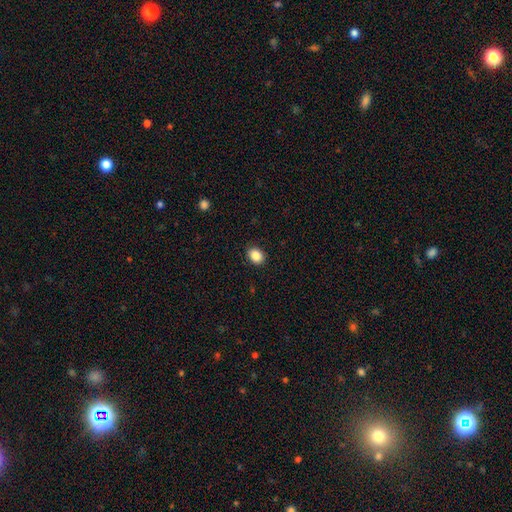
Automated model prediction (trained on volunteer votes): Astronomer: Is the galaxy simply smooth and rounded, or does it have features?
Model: smooth — 87%.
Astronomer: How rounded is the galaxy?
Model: round — 51% (runner-up: in between, 48%).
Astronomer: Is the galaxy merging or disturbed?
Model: none — 90%.